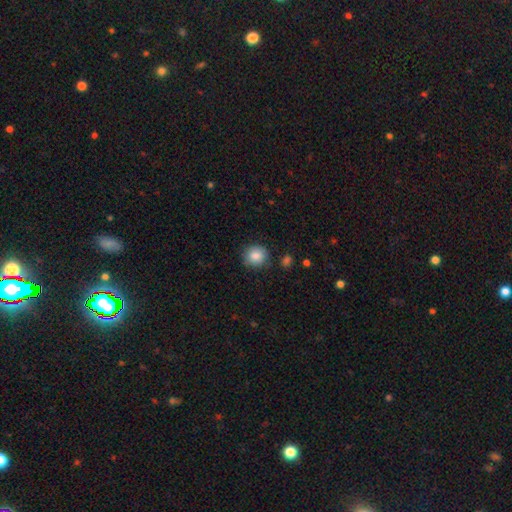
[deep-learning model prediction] Q: Smooth or featured?
A: smooth (86%); runner-up: star or artifact (9%)
Q: How rounded?
A: round (86%); runner-up: in between (13%)
Q: Merging?
A: none (85%); runner-up: minor disturbance (10%)